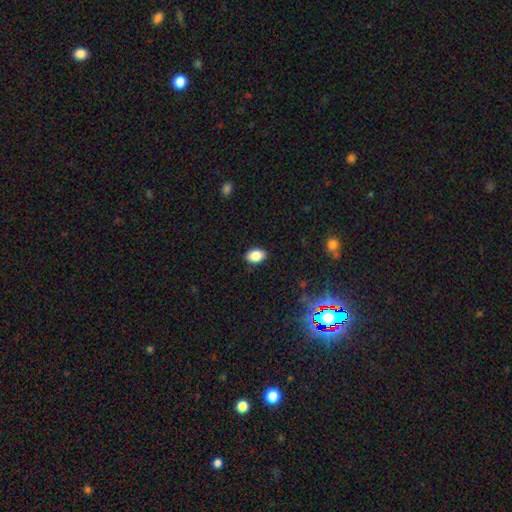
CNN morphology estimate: smooth-or-featured: smooth: 86% | star or artifact: 9% | featured or disk: 5%
  how-rounded: in between: 84% | round: 15% | cigar-shaped: 1%
  merging: none: 88% | minor disturbance: 9% | major disturbance: 2% | merger: 1%